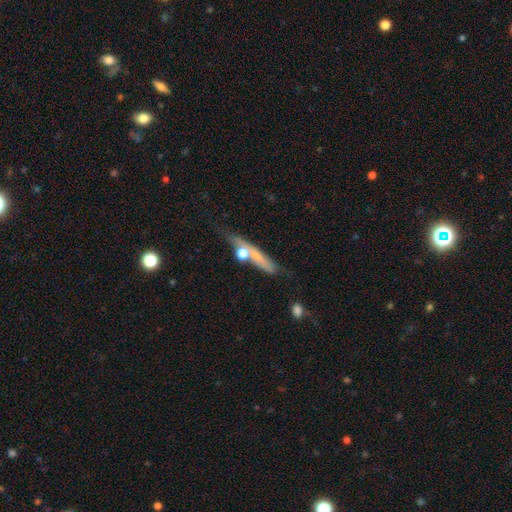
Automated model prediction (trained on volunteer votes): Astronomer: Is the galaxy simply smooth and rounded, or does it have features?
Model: smooth — 46% (runner-up: featured or disk, 45%).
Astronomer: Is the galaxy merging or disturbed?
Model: none — 54%.